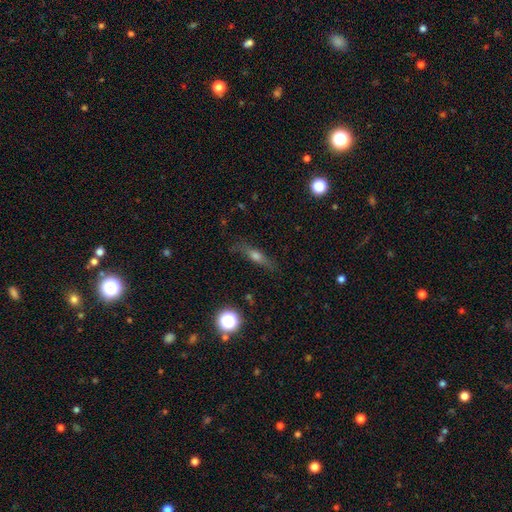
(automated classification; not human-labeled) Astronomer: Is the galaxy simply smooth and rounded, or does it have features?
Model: featured or disk — 46% (runner-up: smooth, 42%).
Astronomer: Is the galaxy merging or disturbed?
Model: none — 82%.